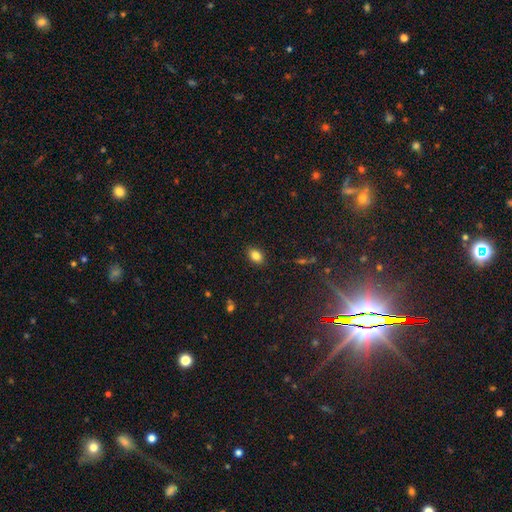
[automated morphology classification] Overall: smooth (83%). How rounded: in between (83%). Merging: none (88%).